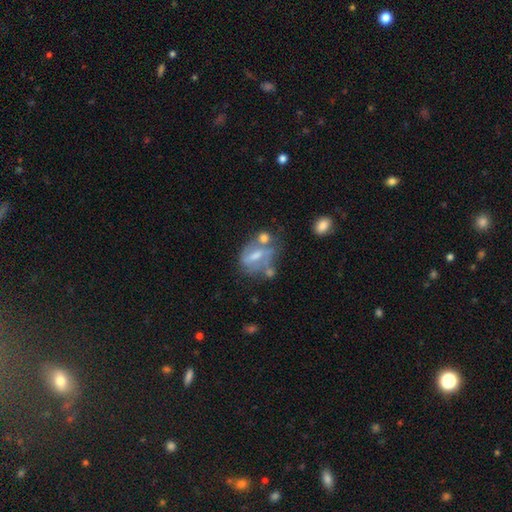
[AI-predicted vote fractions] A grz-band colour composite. It shows a featured or disk galaxy (61%) with a weak bar (38%), no spiral arms (54%) and a moderate central bulge (43%). Merging: none (38%).